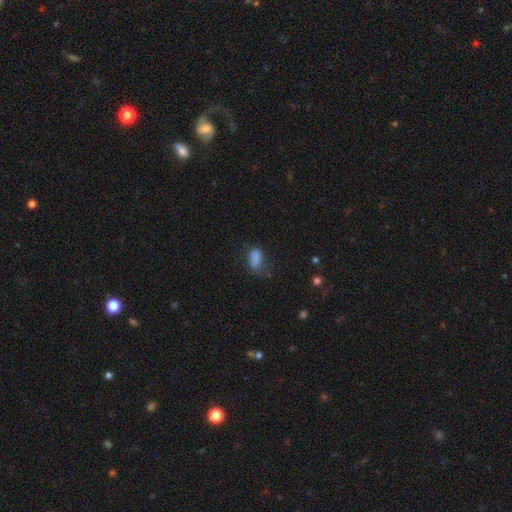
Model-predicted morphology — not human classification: type=smooth (78%); roundness=in between (86%); merging=none (40%).